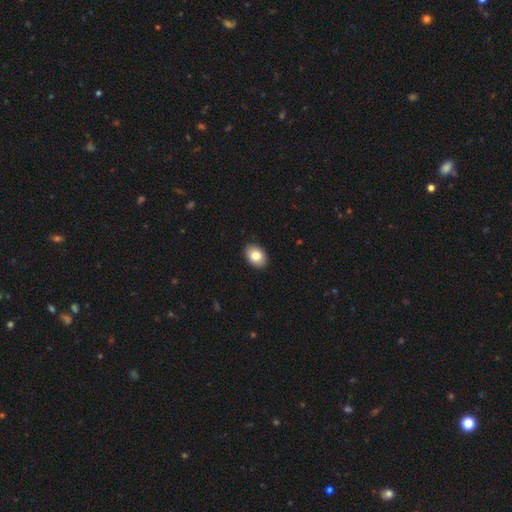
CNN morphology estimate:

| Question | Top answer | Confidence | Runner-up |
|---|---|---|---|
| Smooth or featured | smooth | 83% | featured or disk (10%) |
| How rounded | in between | 82% | round (18%) |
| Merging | none | 90% | minor disturbance (7%) |